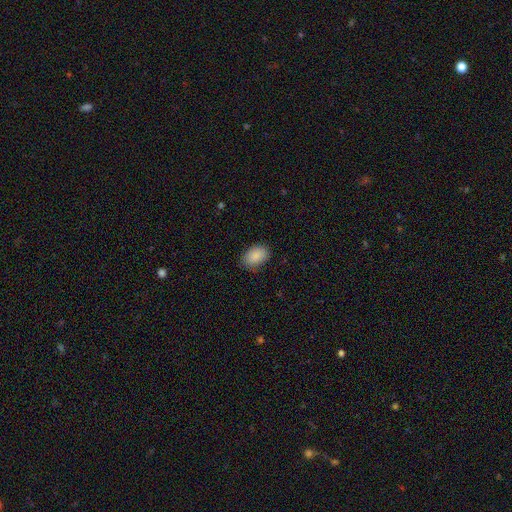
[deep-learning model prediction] Morphology: type=smooth (89%); roundness=in between (88%); merging=none (83%).